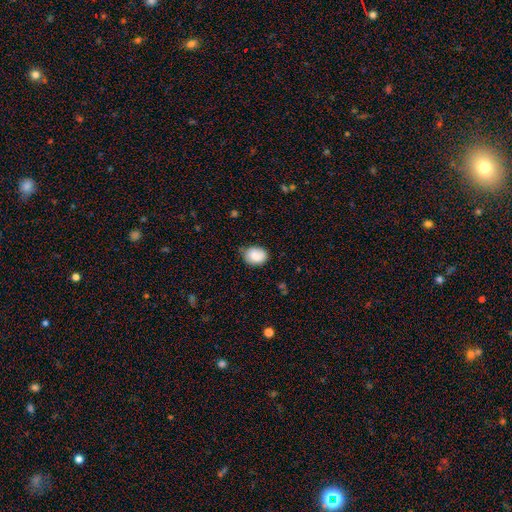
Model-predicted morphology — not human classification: Overall: smooth (81%). How rounded: in between (57%; round 42%). Merging: none (70%).